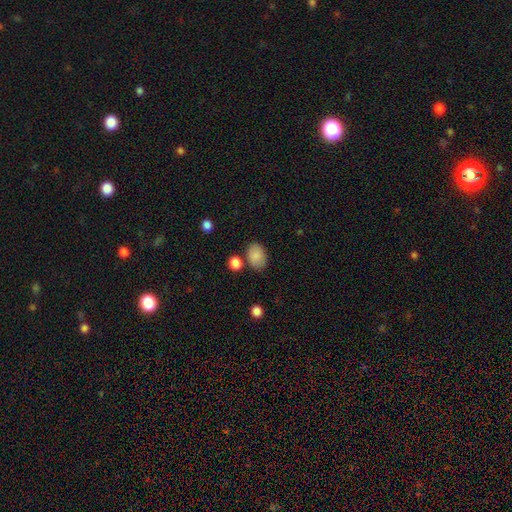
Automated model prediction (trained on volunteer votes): A smooth galaxy with no disk features (86%) that is in between round and cigar-shaped (81%). Merging: none (74%).